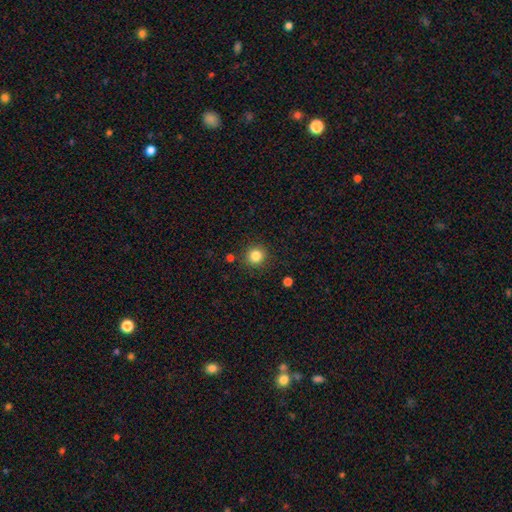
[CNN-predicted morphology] Smooth or featured?
  - smooth: 84% *
  - star or artifact: 12%
  - featured or disk: 5%
How rounded?
  - round: 94% *
  - in between: 6%
  - cigar-shaped: 1%
Merging?
  - none: 88% *
  - minor disturbance: 7%
  - major disturbance: 3%
  - merger: 2%